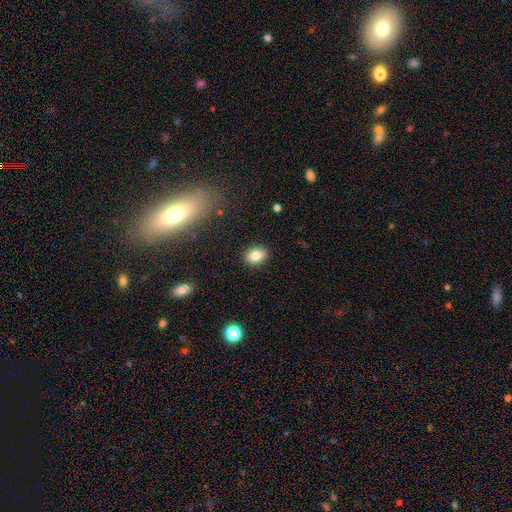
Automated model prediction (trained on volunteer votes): Smooth or featured?
  - smooth: 82% *
  - star or artifact: 10%
  - featured or disk: 8%
How rounded?
  - in between: 65% *
  - round: 33%
  - cigar-shaped: 1%
Merging?
  - none: 89% *
  - minor disturbance: 8%
  - major disturbance: 2%
  - merger: 1%